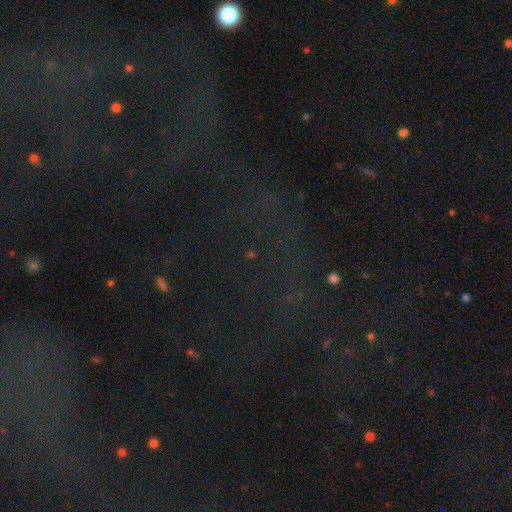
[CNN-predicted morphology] Smooth or featured? star or artifact (71%)